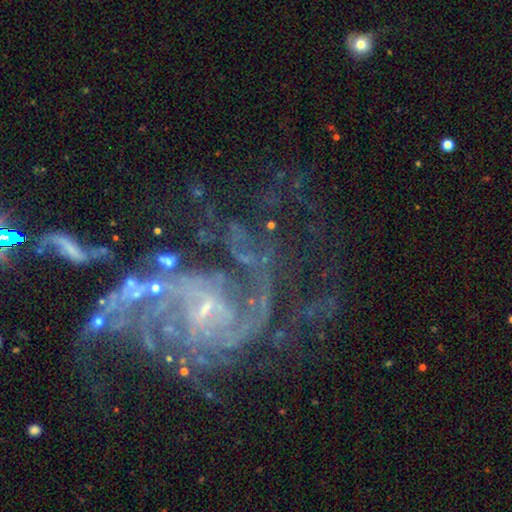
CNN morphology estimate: smooth_or_featured: featured or disk (p=0.85) [alt: star or artifact p=0.10]
disk_edge_on: no (p=0.98) [alt: yes p=0.02]
bar: weak (p=0.48) [alt: no p=0.33]
has_spiral_arms: yes (p=0.95) [alt: no p=0.05]
spiral_winding: medium (p=0.46) [alt: tight p=0.31]
spiral_arm_count: 2 (p=0.29) [alt: can't tell p=0.22]
bulge_size: small (p=0.75) [alt: moderate p=0.14]
merging: none (p=0.50) [alt: major disturbance p=0.28]